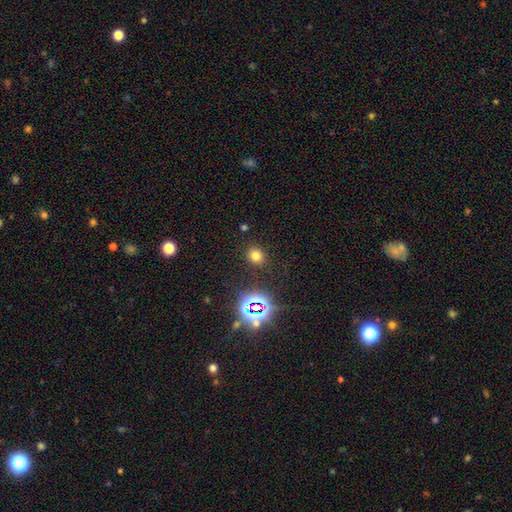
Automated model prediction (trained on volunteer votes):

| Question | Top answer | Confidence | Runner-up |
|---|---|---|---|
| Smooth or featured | smooth | 70% | star or artifact (24%) |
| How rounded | round | 75% | in between (24%) |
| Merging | none | 87% | minor disturbance (8%) |